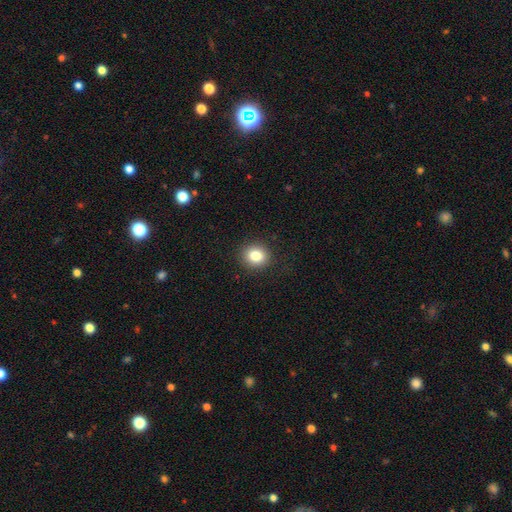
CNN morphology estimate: The model was most divided on "how rounded": round: 81%, in between: 18%, cigar-shaped: 1%. More confident: merging — none (90%); smooth or featured — smooth (83%).